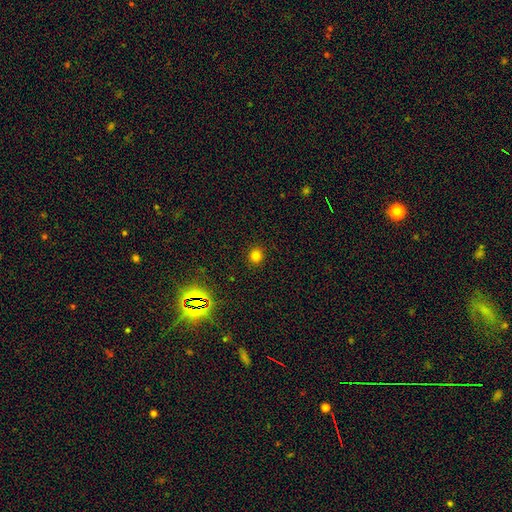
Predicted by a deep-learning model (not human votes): Smooth or featured? Predicted: smooth (p=0.76). How rounded? Predicted: round (p=0.90). Merging? Predicted: none (p=0.91).